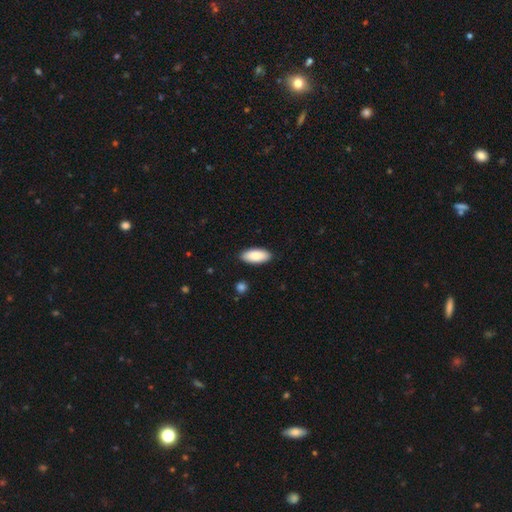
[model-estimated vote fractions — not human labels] Q: Smooth or featured?
A: smooth (88%); runner-up: featured or disk (6%)
Q: How rounded?
A: in between (88%); runner-up: cigar-shaped (11%)
Q: Merging?
A: none (88%); runner-up: minor disturbance (8%)